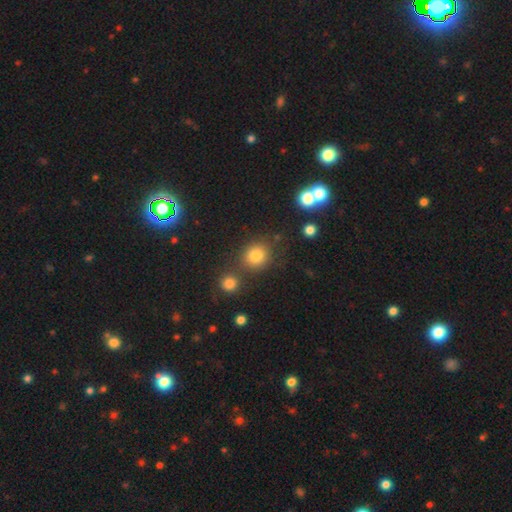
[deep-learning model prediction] smooth 79%, star or artifact 14%, featured or disk 7%. Down the decision tree: how rounded — round (82%); merging — none (73%).